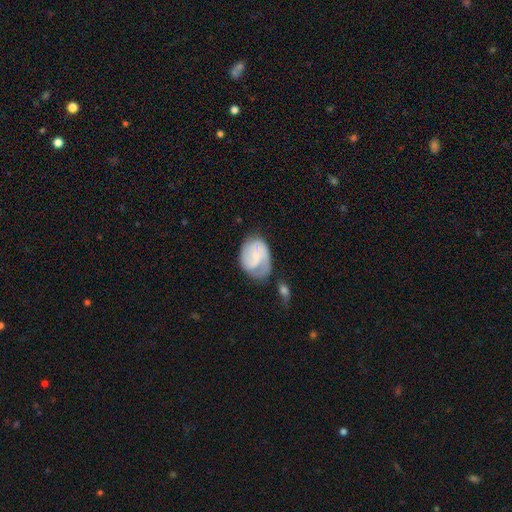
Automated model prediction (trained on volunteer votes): featured or disk 58%, smooth 36%, star or artifact 7%. Down the decision tree: edge-on disk — no (98%); bar — no (51%); spiral arms — yes (86%); bulge size — small (50%); merging — none (45%).